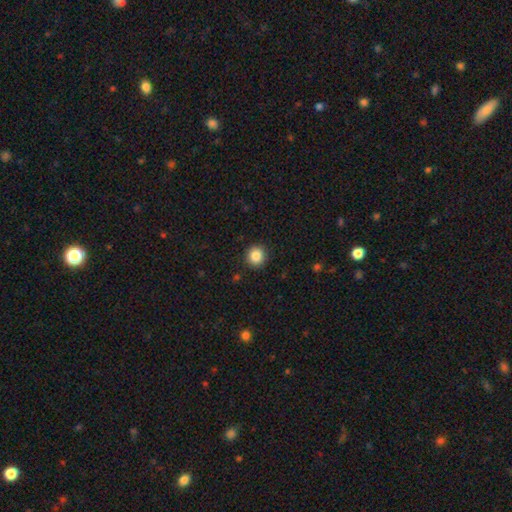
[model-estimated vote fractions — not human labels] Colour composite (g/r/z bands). It shows a smooth galaxy with no disk features (87%) that is round (91%). Merging: none (91%).